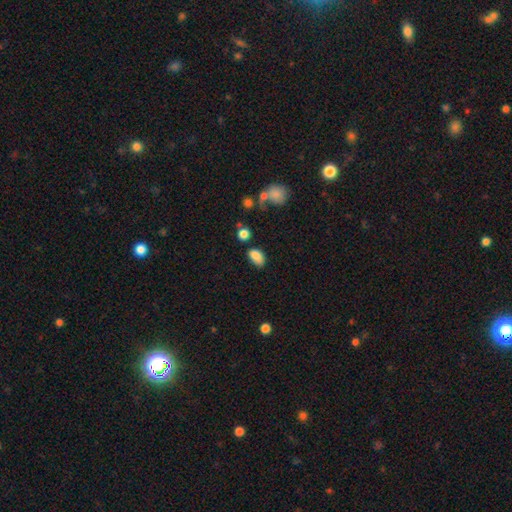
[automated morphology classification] type=smooth (84%); roundness=in between (90%); merging=none (63%).